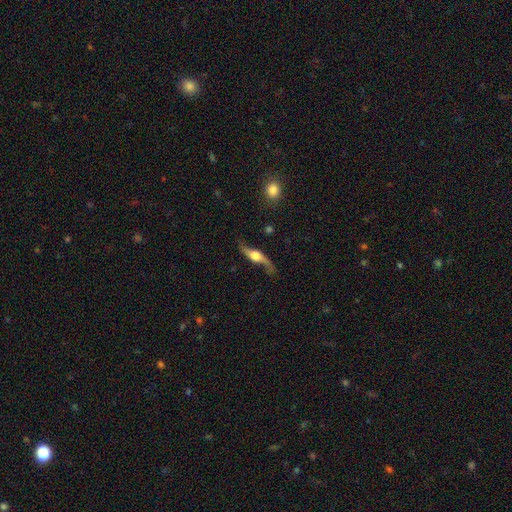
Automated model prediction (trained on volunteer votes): A featured or disk galaxy (79%).

Vote fractions:
- Smooth or featured? featured or disk: 79% / smooth: 15% / star or artifact: 6%
- Edge-on disk? no: 53% / yes: 47%
- Merging? none: 67% / minor disturbance: 19% / major disturbance: 11% / merger: 3%